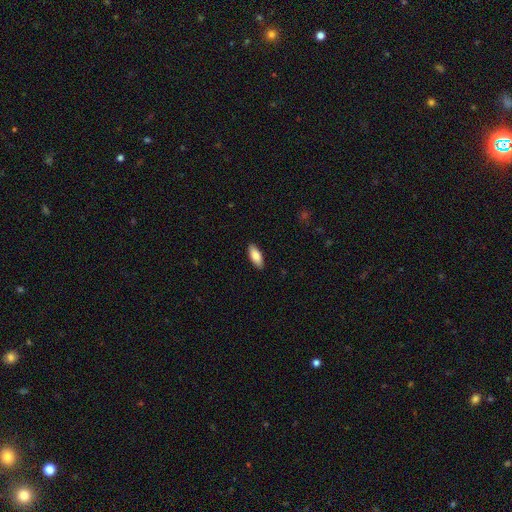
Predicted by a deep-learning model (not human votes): Smooth or featured: smooth — 85% (featured or disk — 10%)
How rounded: in between — 82% (cigar-shaped — 16%)
Merging: none — 89% (minor disturbance — 8%)